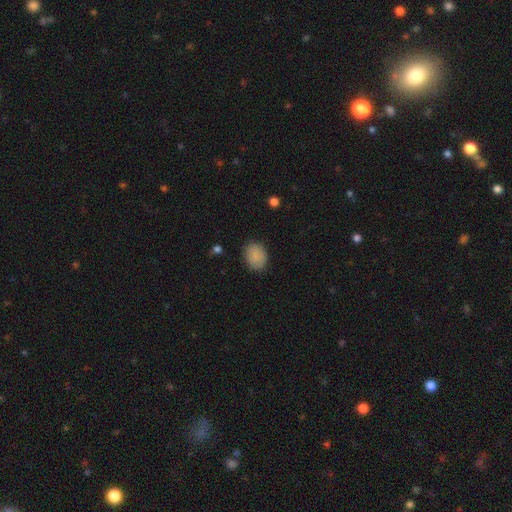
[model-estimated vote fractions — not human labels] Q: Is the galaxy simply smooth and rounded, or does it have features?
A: smooth — 87%.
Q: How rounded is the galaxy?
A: in between — 50%.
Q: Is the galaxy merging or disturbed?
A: none — 85%.